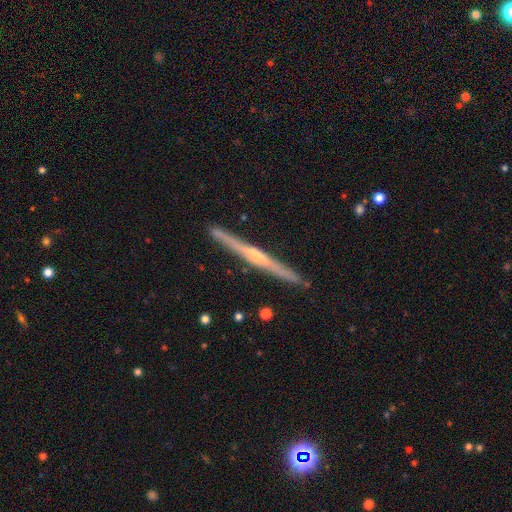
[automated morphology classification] Overall: featured or disk (82%). Edge-on disk: yes (98%). Edge-on bulge: rounded (74%). Merging: none (92%).